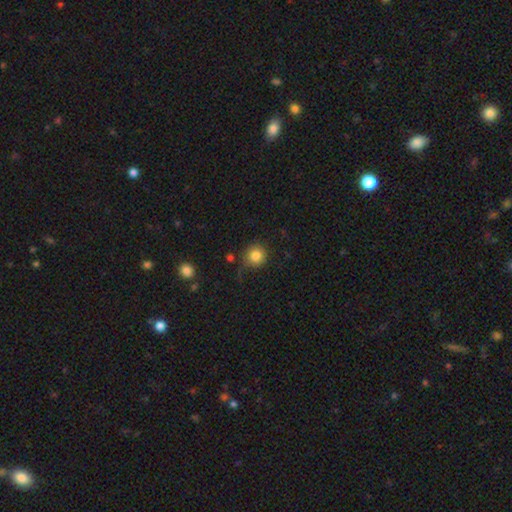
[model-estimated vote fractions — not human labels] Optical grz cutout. It shows a smooth galaxy with no disk features (83%) that is round (91%). Merging: none (75%).